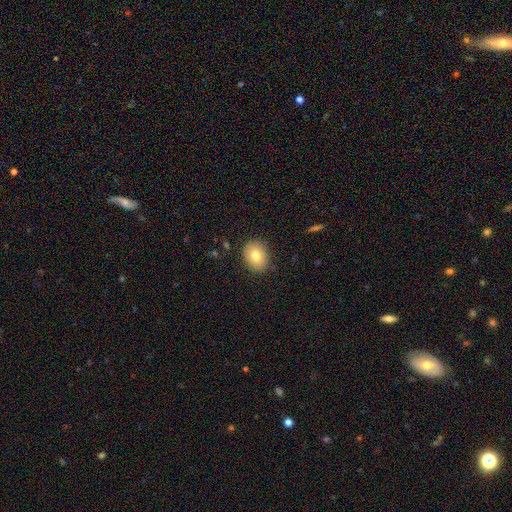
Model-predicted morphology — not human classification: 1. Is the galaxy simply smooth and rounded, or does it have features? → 78% smooth, 13% featured or disk, 9% star or artifact.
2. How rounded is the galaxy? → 59% in between, 40% round, 1% cigar-shaped.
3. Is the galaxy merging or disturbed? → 87% none, 10% minor disturbance, 2% major disturbance, 1% merger.